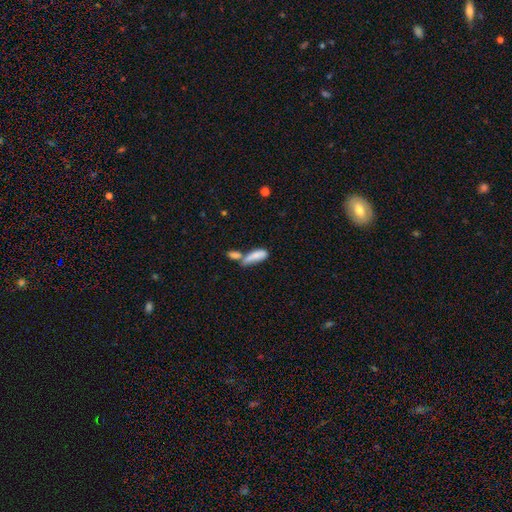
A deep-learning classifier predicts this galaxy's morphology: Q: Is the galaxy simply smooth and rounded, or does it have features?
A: smooth — 76%.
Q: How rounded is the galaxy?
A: in between — 63%.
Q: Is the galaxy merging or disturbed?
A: merger — 60%.